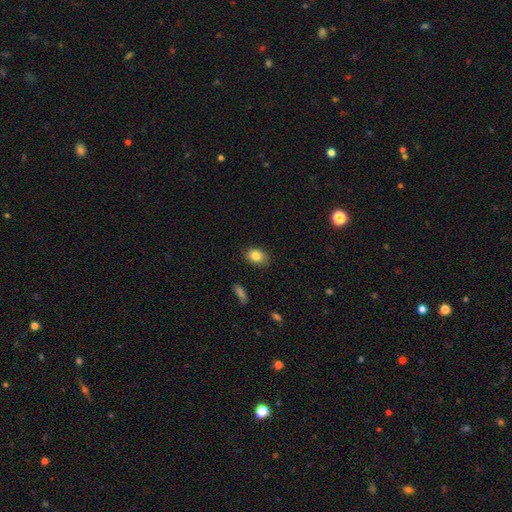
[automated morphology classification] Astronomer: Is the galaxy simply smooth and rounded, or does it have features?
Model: smooth — 82%.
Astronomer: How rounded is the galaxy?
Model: in between — 70%.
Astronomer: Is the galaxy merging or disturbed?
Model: none — 84%.